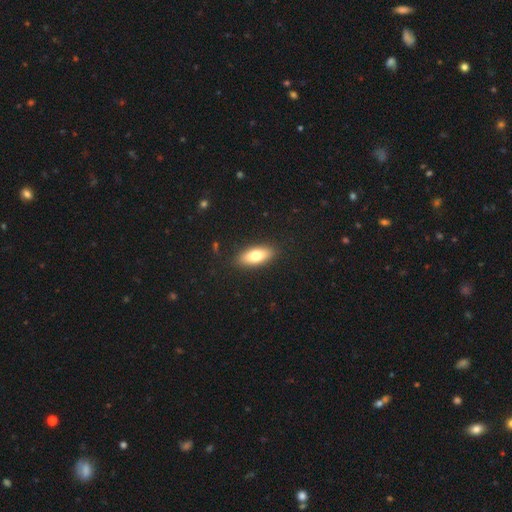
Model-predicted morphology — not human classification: Smooth or featured? smooth (73%)
How rounded? in between (81%)
Merging? none (88%)